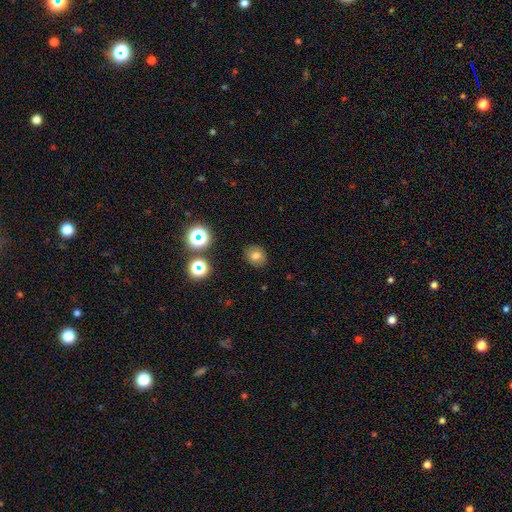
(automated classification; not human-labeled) The model was most divided on "how rounded": round: 75%, in between: 24%, cigar-shaped: 1%. More confident: merging — none (88%); smooth or featured — smooth (73%).